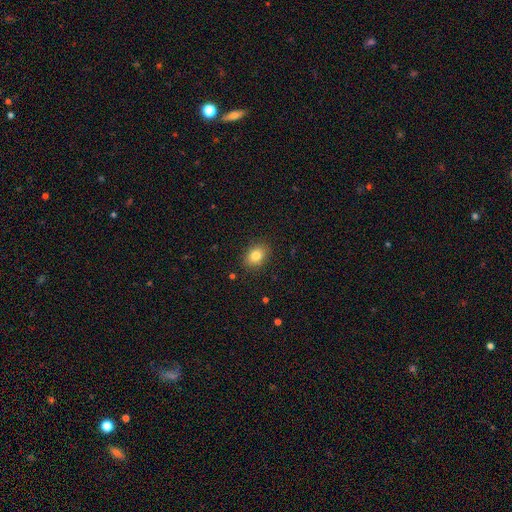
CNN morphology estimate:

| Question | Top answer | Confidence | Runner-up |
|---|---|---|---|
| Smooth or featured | smooth | 83% | star or artifact (10%) |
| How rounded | in between | 68% | round (31%) |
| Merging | none | 87% | minor disturbance (9%) |